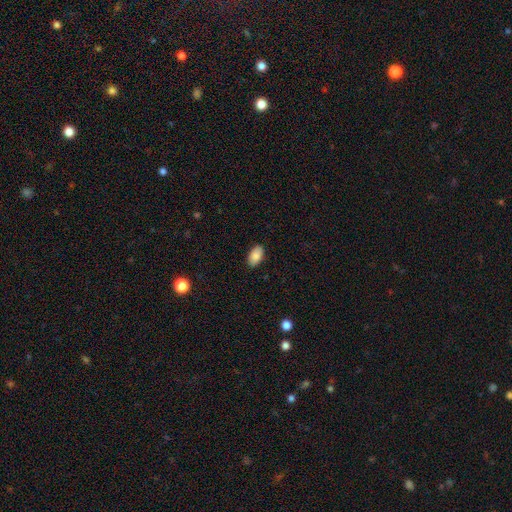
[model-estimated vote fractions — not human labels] smooth 87%, star or artifact 7%, featured or disk 6%. Down the decision tree: how rounded — in between (95%); merging — none (88%).